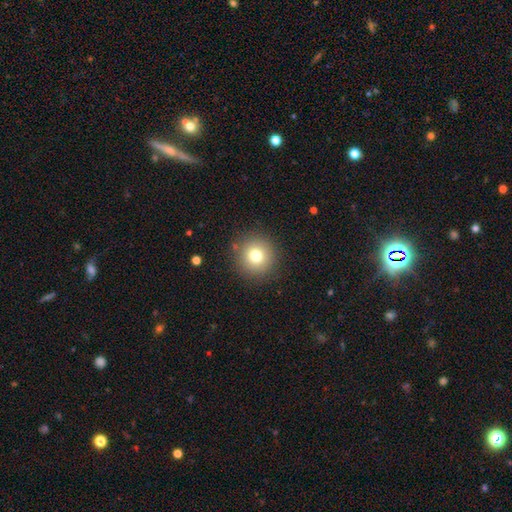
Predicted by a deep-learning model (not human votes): smooth-or-featured: smooth: 76% | star or artifact: 13% | featured or disk: 11%
  how-rounded: round: 94% | in between: 5% | cigar-shaped: 1%
  merging: none: 88% | minor disturbance: 7% | major disturbance: 3% | merger: 1%